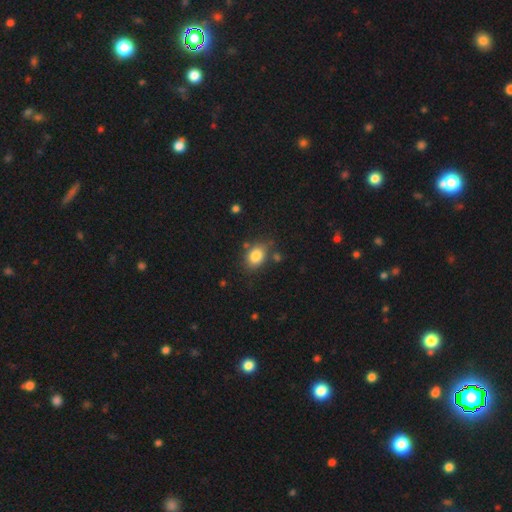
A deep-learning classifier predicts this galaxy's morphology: A smooth galaxy with no disk features (83%) that is in between round and cigar-shaped (66%). Merging: none (72%).